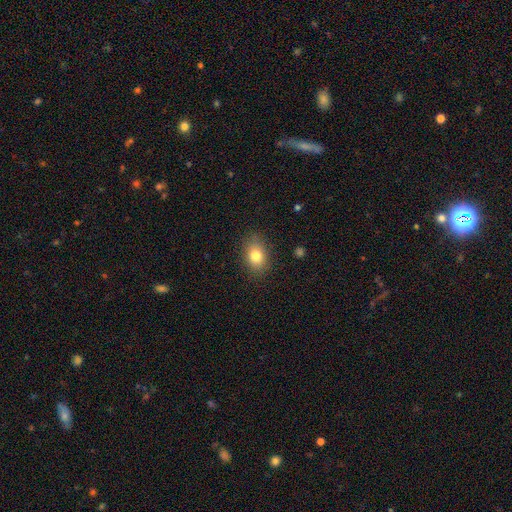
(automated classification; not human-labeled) Smooth or featured: smooth — 80% (star or artifact — 10%)
How rounded: in between — 73% (round — 25%)
Merging: none — 85% (minor disturbance — 11%)